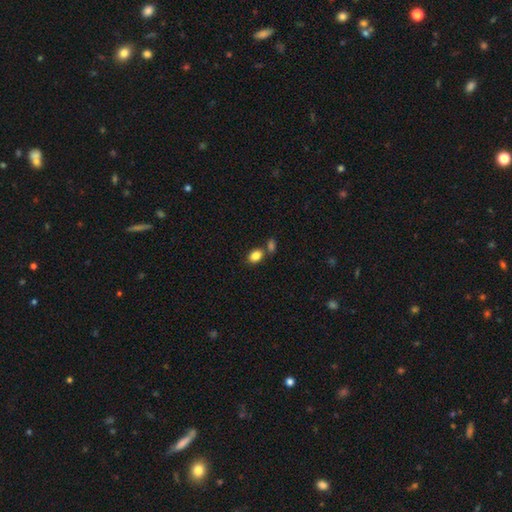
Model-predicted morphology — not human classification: Q: Smooth or featured?
A: smooth (85%); runner-up: star or artifact (9%)
Q: How rounded?
A: in between (71%); runner-up: round (28%)
Q: Merging?
A: none (63%); runner-up: merger (22%)